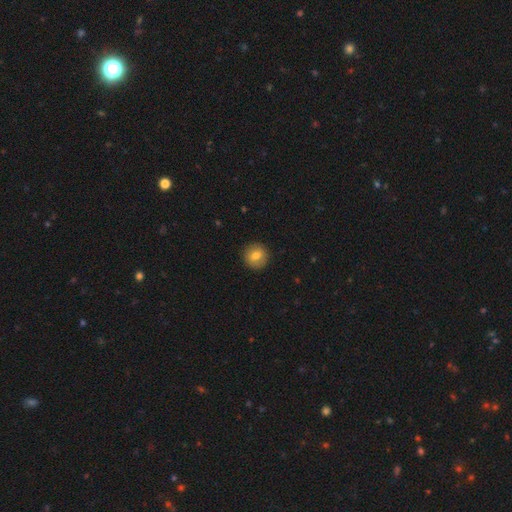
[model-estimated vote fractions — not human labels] A smooth galaxy with no disk features (74%) that is round (91%). Merging: none (90%).